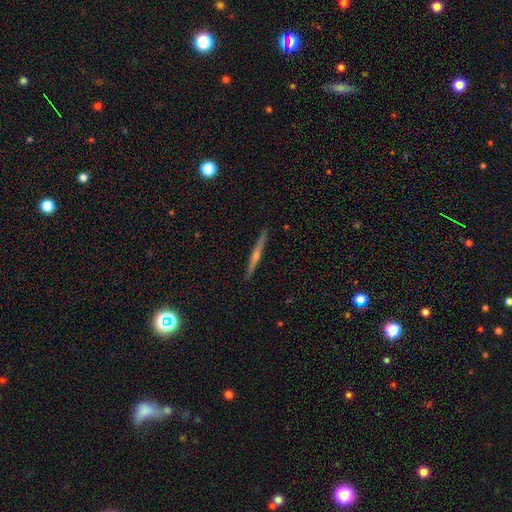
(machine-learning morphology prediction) Smooth or featured: featured or disk — 69% (smooth — 24%)
Edge-on disk: yes — 98% (no — 2%)
Edge-on bulge: rounded — 68% (none — 26%)
Merging: none — 92% (minor disturbance — 6%)